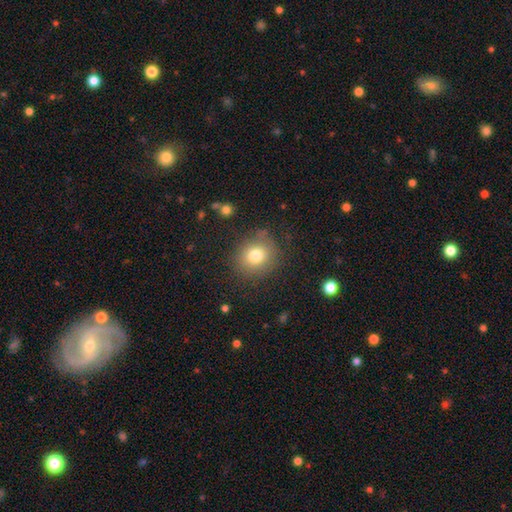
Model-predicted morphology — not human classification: smooth-or-featured: smooth: 77% | star or artifact: 12% | featured or disk: 11%
  how-rounded: round: 80% | in between: 20% | cigar-shaped: 1%
  merging: none: 81% | minor disturbance: 12% | major disturbance: 5% | merger: 2%